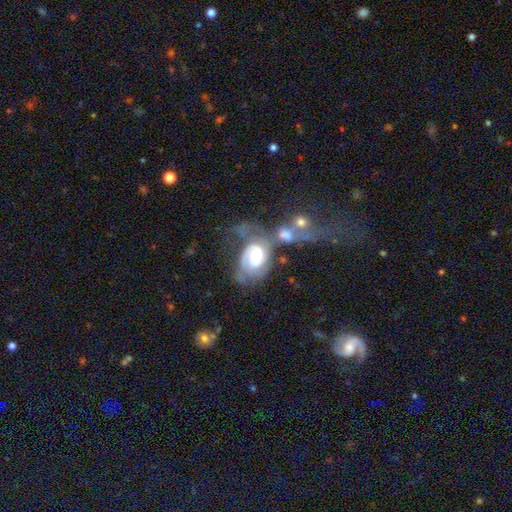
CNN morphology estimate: featured or disk 84%, smooth 10%, star or artifact 5%. Down the decision tree: edge-on disk — no (97%); bar — no (48%); spiral arms — yes (93%); spiral arm count — 2 (65%); spiral winding — tight (49%); bulge size — moderate (62%); merging — merger (34%).